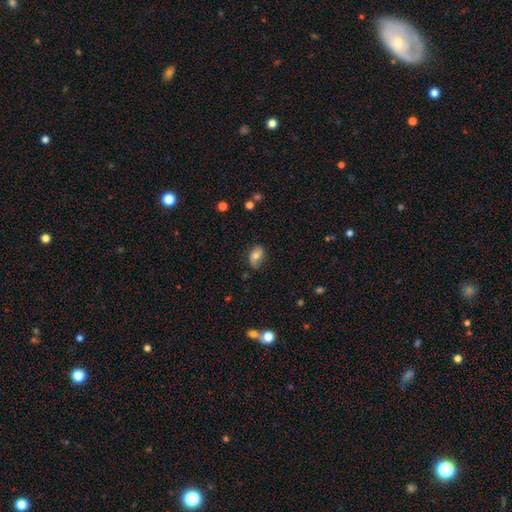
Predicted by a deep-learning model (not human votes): This is likely a smooth galaxy (67%). How rounded: clearly in between (87%). Merging: likely none (68%).